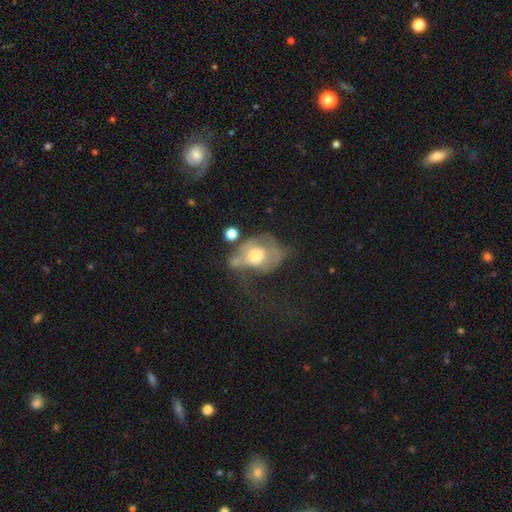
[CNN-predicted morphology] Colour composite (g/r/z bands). It shows a featured or disk galaxy (48%). Merging: major disturbance (45%).